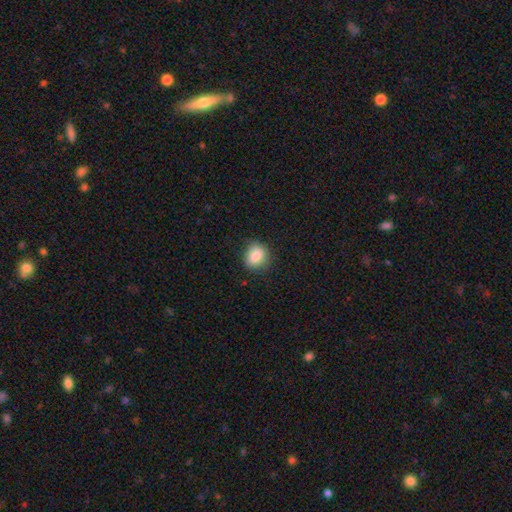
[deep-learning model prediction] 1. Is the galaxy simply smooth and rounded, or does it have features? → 86% smooth, 8% star or artifact, 6% featured or disk.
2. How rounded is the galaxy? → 60% round, 38% in between, 1% cigar-shaped.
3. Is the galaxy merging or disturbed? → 80% none, 15% minor disturbance, 4% major disturbance, 1% merger.